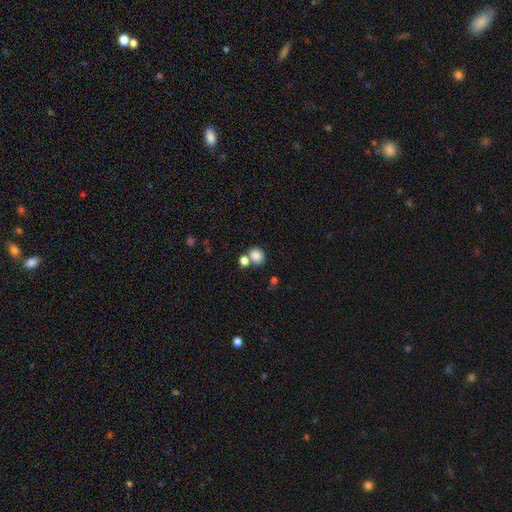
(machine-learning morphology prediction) type=smooth (83%); roundness=round (72%); merging=none (55%).